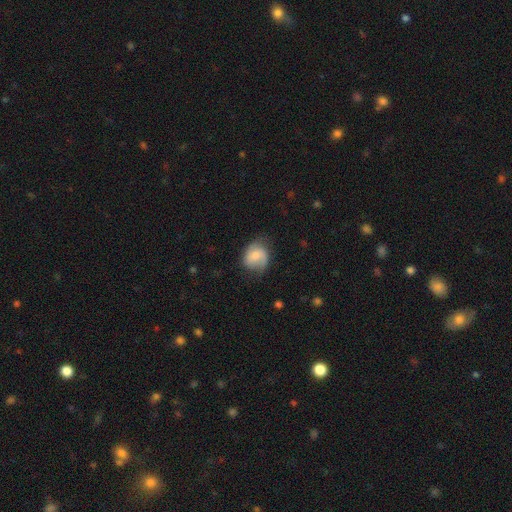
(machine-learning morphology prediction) type=smooth (48%); merging=none (59%).